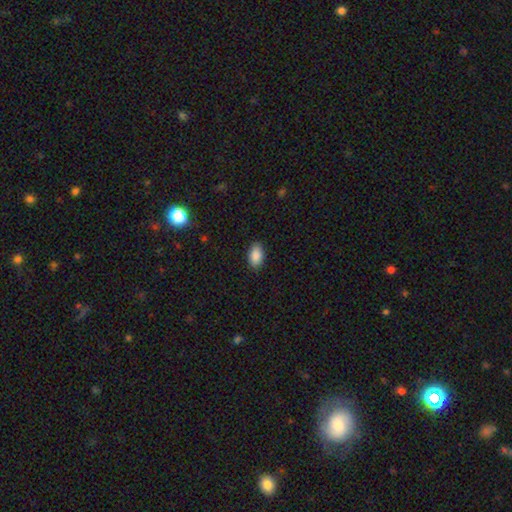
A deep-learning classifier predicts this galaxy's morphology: Smooth or featured? smooth (88%)
How rounded? in between (93%)
Merging? none (88%)